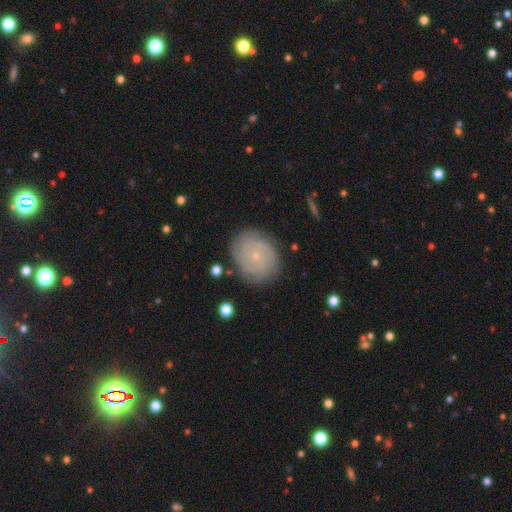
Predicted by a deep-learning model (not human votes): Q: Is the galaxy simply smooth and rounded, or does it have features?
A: featured or disk — 72%.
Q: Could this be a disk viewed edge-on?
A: no — 97%.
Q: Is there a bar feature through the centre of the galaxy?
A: no — 83%.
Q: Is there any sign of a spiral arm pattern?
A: yes — 92%.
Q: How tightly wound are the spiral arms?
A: tight — 74%.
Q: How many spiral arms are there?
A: can't tell — 37%.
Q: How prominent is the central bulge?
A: small — 85%.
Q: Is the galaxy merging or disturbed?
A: none — 82%.